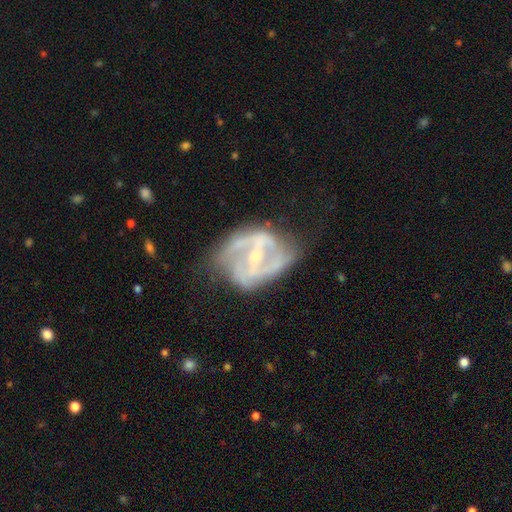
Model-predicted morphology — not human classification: This appears to be a featured or disk galaxy (85%) with a strong bar (52%), 2 (68%) medium (47%) spiral arms (85%) and a small central bulge (64%). Merging: none (53%).